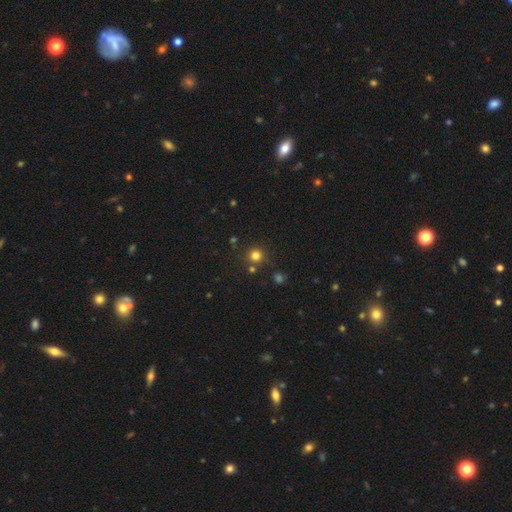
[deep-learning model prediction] Morphology: type=smooth (78%); roundness=round (93%); merging=none (83%).